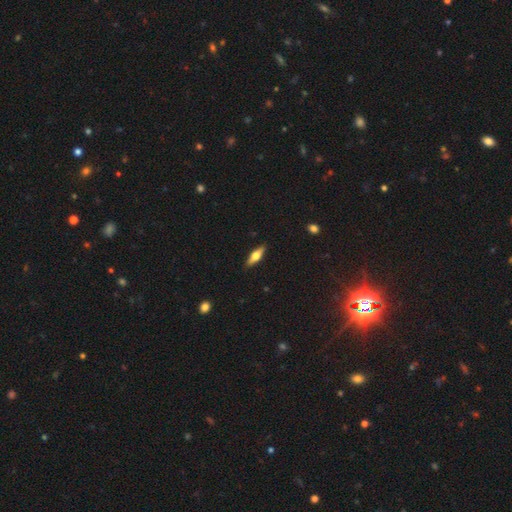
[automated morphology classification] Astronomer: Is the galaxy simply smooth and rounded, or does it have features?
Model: featured or disk — 49% (runner-up: smooth, 45%).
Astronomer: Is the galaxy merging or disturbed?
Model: none — 90%.